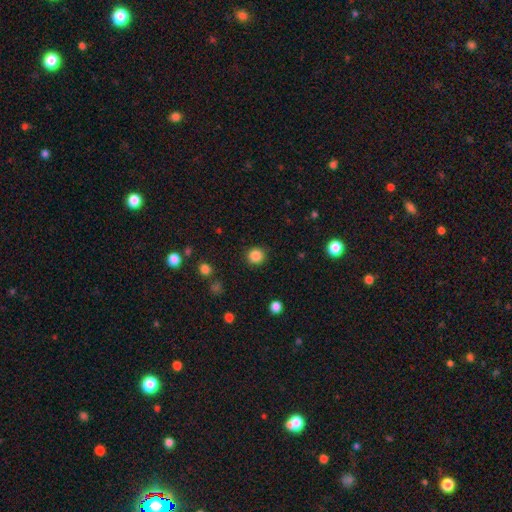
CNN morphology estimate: A smooth galaxy with no disk features (85%) that is round (93%). Merging: none (90%).